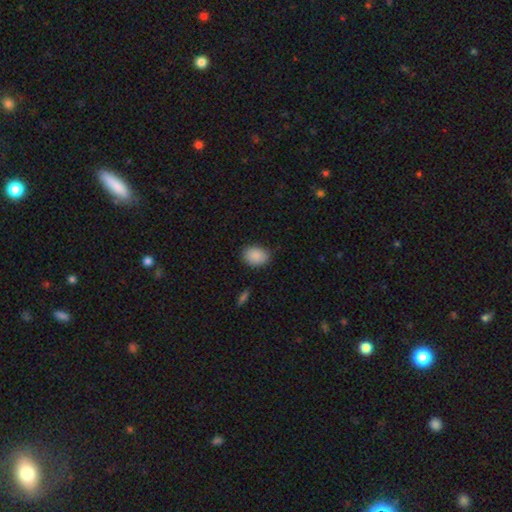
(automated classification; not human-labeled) A smooth galaxy with no disk features (89%) that is in between round and cigar-shaped (70%). Merging: none (80%).